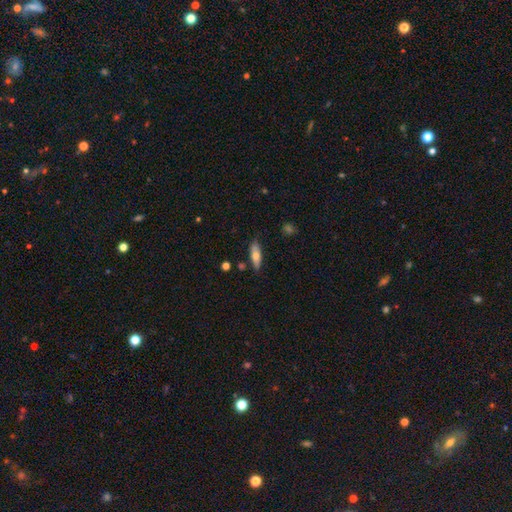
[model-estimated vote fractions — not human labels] Smooth or featured?
  - smooth: 64% *
  - featured or disk: 29%
  - star or artifact: 6%
How rounded?
  - in between: 54% *
  - cigar-shaped: 44%
  - round: 3%
Merging?
  - none: 82% *
  - minor disturbance: 13%
  - major disturbance: 2%
  - merger: 2%